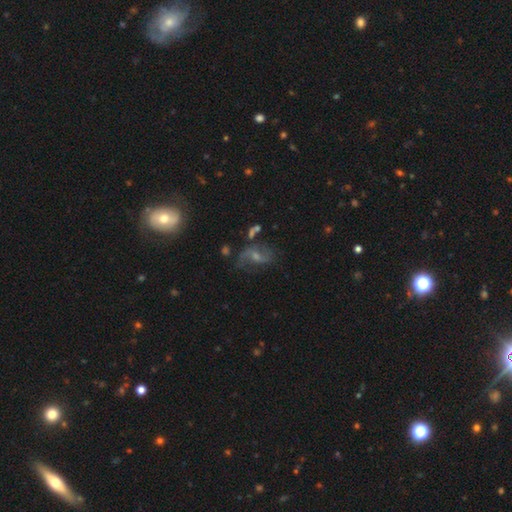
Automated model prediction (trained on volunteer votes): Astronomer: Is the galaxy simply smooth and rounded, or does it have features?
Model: featured or disk — 64%.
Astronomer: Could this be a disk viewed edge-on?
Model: no — 95%.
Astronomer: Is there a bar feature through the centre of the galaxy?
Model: weak — 44% (runner-up: no, 41%).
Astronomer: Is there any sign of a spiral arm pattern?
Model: yes — 84%.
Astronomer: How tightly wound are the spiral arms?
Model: loose — 51% (runner-up: medium, 36%).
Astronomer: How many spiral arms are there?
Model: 2 — 76%.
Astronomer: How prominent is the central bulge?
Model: small — 48% (runner-up: moderate, 42%).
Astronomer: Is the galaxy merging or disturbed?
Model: none — 59%.